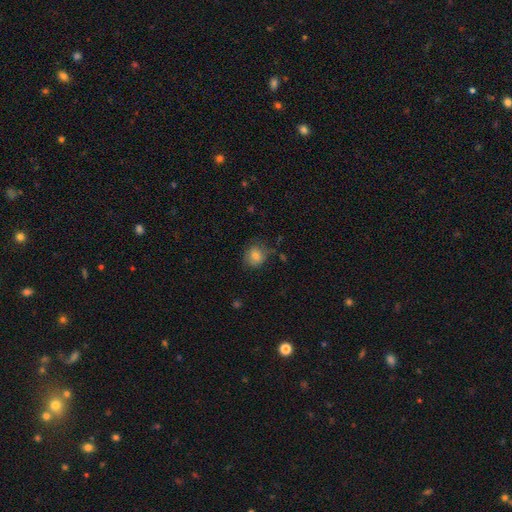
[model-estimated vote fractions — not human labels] Smooth or featured? Predicted: smooth (p=0.79). How rounded? Predicted: round (p=0.69). Merging? Predicted: none (p=0.68).